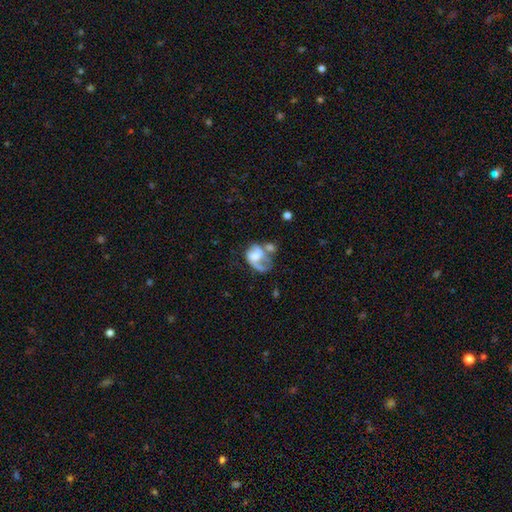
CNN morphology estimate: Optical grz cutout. It shows a featured or disk galaxy (58%) with no bar (68%), spiral arms (68%) and a moderate central bulge (40%). Merging: merger (36%).